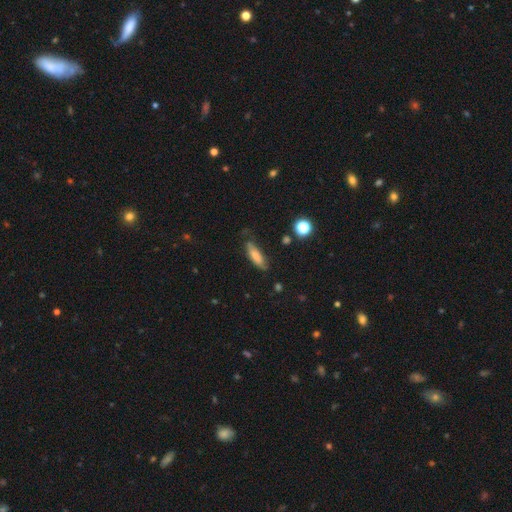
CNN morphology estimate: Smooth or featured? Predicted: smooth (p=0.73). How rounded? Predicted: in between (p=0.50). Merging? Predicted: none (p=0.68).